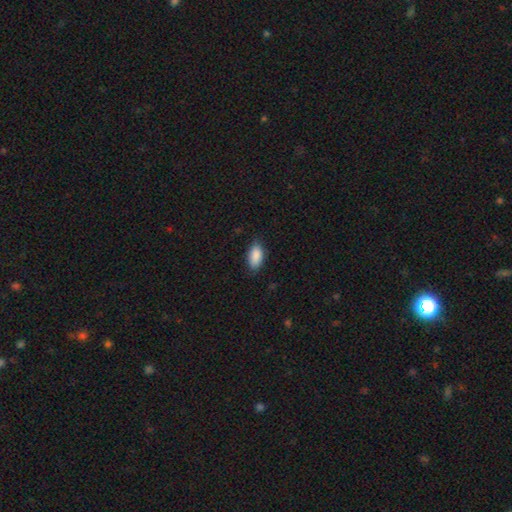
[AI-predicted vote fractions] A smooth galaxy with no disk features (89%) that is in between round and cigar-shaped (91%). Merging: none (79%).